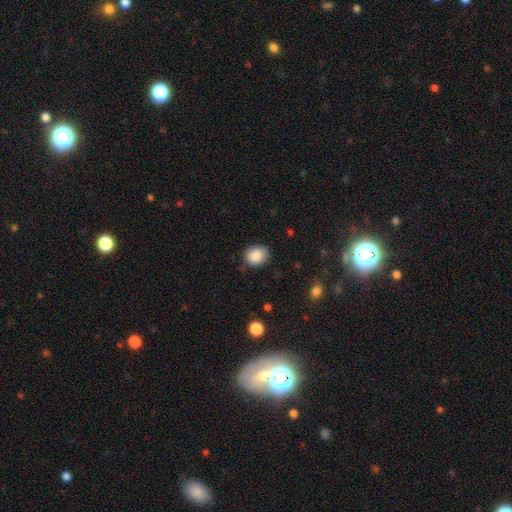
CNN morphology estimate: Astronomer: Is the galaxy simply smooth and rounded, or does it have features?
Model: smooth — 87%.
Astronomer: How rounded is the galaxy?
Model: round — 56% (runner-up: in between, 43%).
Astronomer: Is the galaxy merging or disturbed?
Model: none — 77%.